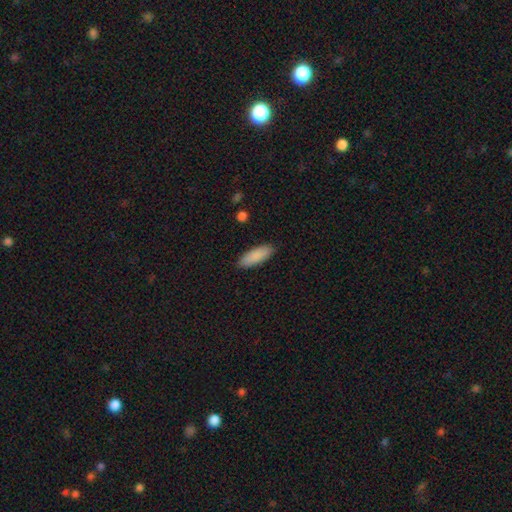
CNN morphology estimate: smooth-or-featured: smooth: 89% | star or artifact: 6% | featured or disk: 6%
  how-rounded: in between: 62% | cigar-shaped: 36% | round: 2%
  merging: none: 88% | minor disturbance: 9% | major disturbance: 2% | merger: 1%